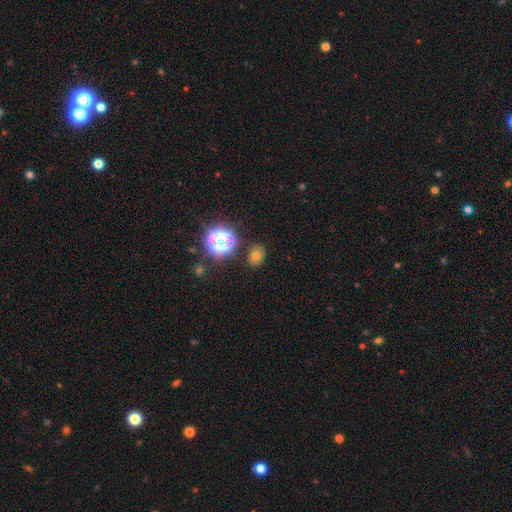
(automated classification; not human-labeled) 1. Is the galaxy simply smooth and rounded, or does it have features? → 62% smooth, 26% star or artifact, 11% featured or disk.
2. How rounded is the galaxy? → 51% in between, 48% round, 1% cigar-shaped.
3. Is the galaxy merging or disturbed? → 82% none, 11% minor disturbance, 4% major disturbance, 3% merger.